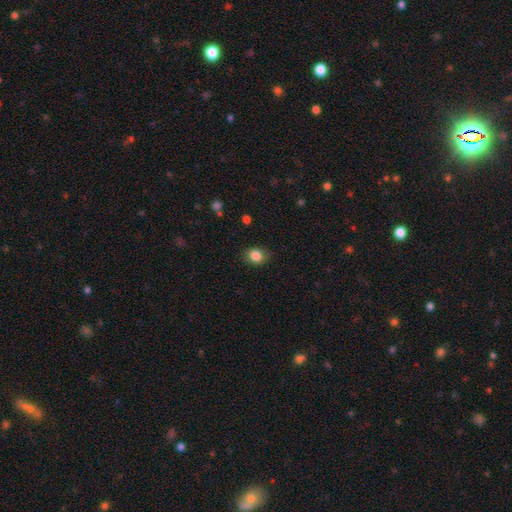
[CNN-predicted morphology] smooth 85%, star or artifact 10%, featured or disk 5%. Down the decision tree: how rounded — round (61%); merging — none (80%).